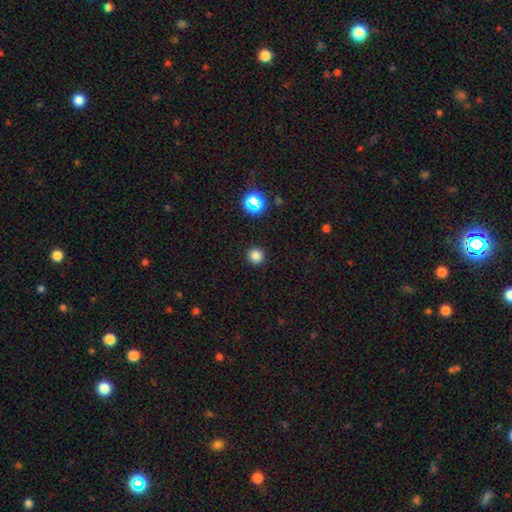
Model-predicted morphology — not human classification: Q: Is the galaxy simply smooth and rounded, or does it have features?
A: smooth — 81%.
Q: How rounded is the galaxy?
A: round — 95%.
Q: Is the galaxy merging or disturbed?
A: none — 92%.